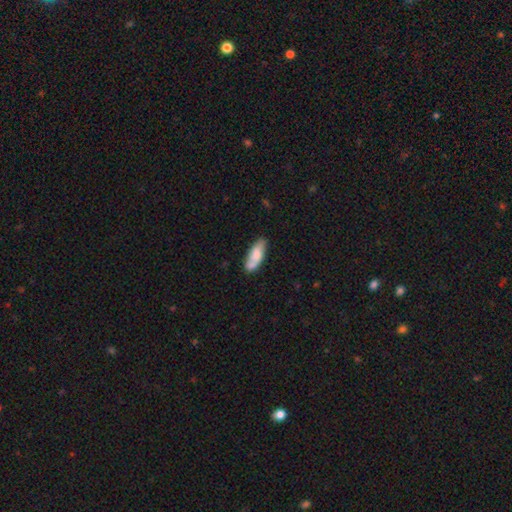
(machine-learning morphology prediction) Smooth or featured? Predicted: smooth (p=0.67). How rounded? Predicted: in between (p=0.69). Merging? Predicted: none (p=0.63).